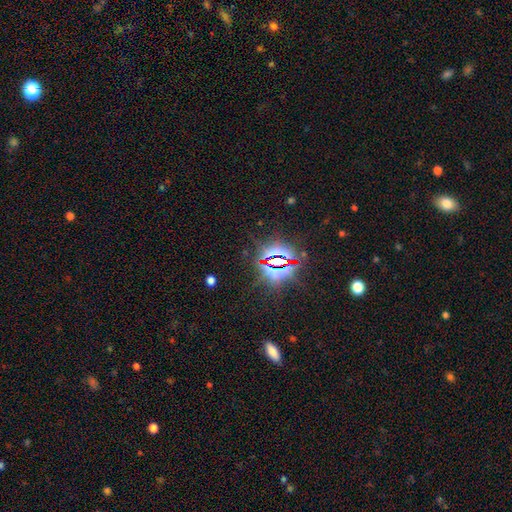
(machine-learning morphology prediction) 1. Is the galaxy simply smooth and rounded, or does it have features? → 83% star or artifact, 10% smooth, 7% featured or disk.